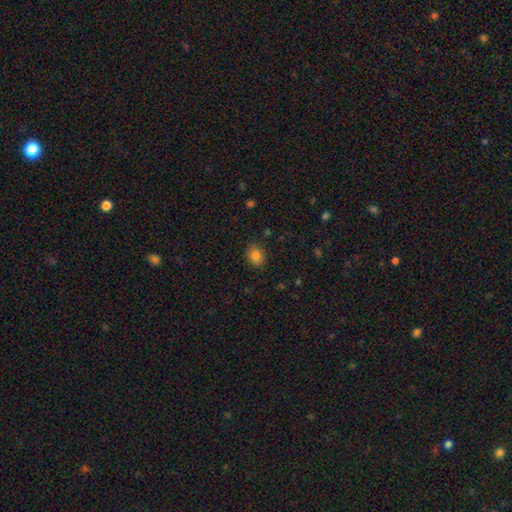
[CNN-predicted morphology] The model was most divided on "how rounded": round: 52%, in between: 47%, cigar-shaped: 1%. More confident: merging — none (86%); smooth or featured — smooth (83%).